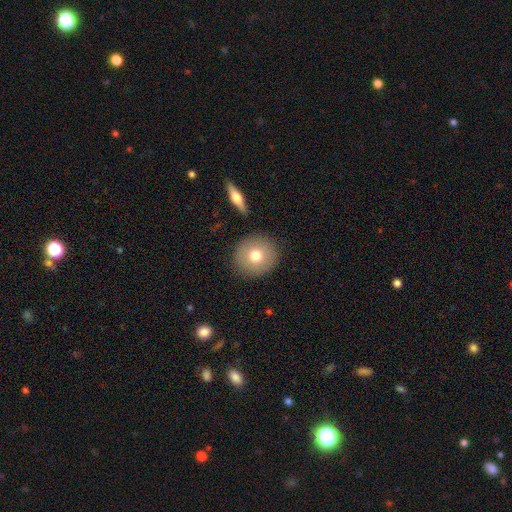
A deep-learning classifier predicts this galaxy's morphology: A smooth galaxy with no disk features (72%) that is round (92%). Merging: none (88%).